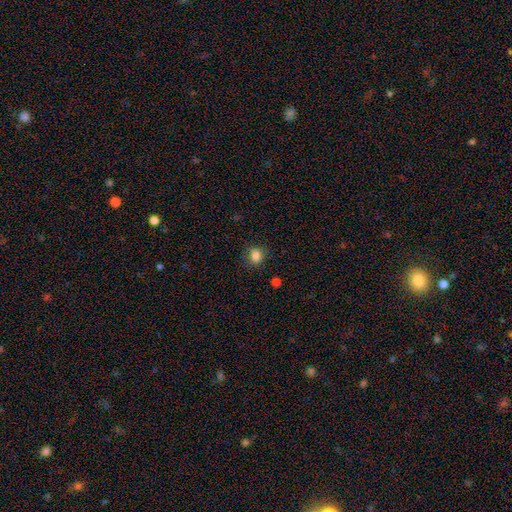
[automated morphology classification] The model was most divided on "how rounded": round: 65%, in between: 34%, cigar-shaped: 1%. More confident: smooth or featured — smooth (84%); merging — none (82%).